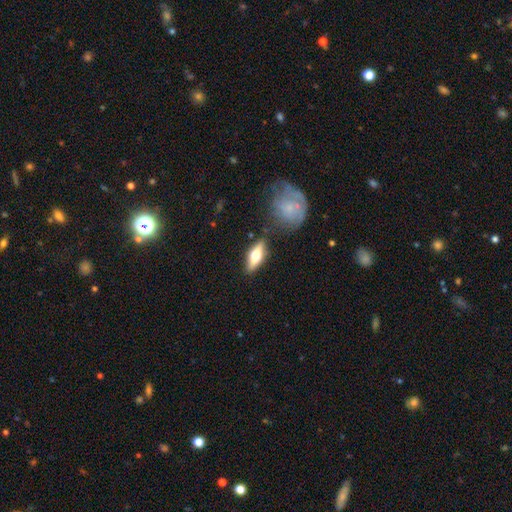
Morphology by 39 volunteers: smooth_or_featured: featured or disk (p=0.54) [alt: smooth p=0.44]
disk_edge_on: yes (p=0.67) [alt: no p=0.33]
edge_on_bulge: rounded (p=0.93) [alt: boxy p=0.07]
merging: none (p=0.55) [alt: merger p=0.18]